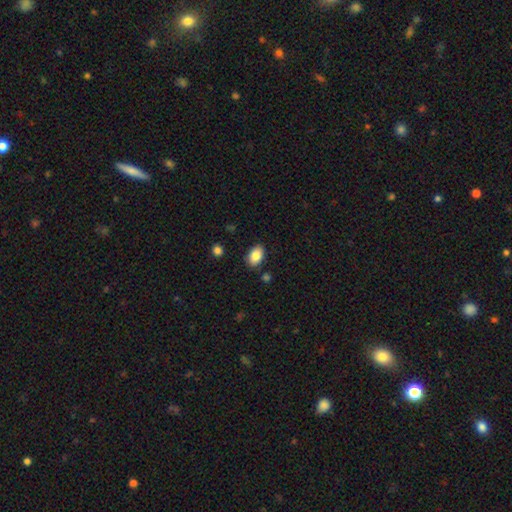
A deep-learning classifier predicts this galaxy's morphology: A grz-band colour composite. It shows a smooth galaxy with no disk features (85%) that is in between round and cigar-shaped (88%). Merging: none (85%).